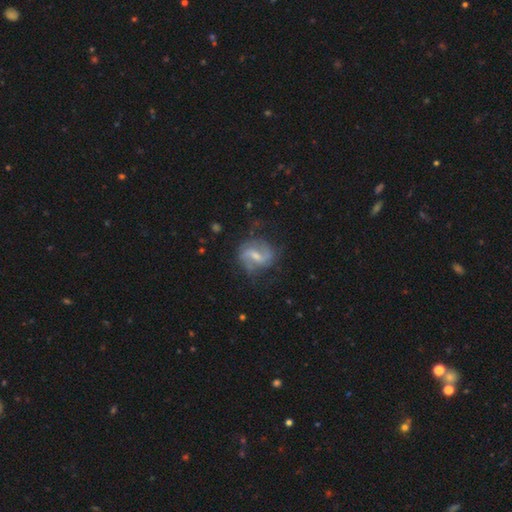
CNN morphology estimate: smooth_or_featured: featured or disk (p=0.79) [alt: smooth p=0.15]
disk_edge_on: no (p=0.97) [alt: yes p=0.03]
bar: weak (p=0.52) [alt: strong p=0.34]
has_spiral_arms: yes (p=0.91) [alt: no p=0.09]
spiral_winding: loose (p=0.43) [alt: medium p=0.42]
spiral_arm_count: 2 (p=0.86) [alt: can't tell p=0.07]
bulge_size: small (p=0.47) [alt: moderate p=0.38]
merging: none (p=0.67) [alt: minor disturbance p=0.20]